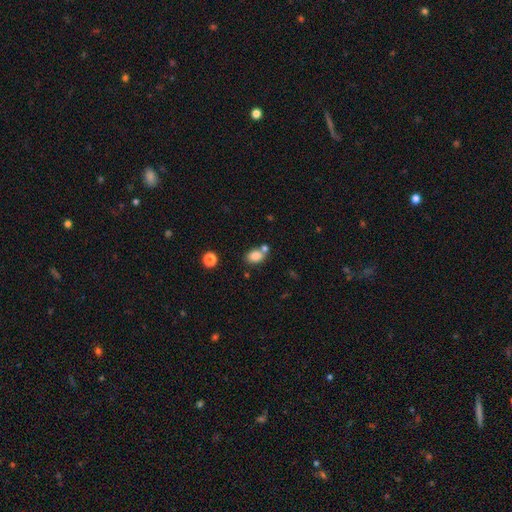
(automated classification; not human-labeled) This is clearly a smooth galaxy (84%). How rounded: likely in between (73%). Merging: possibly none (59%).